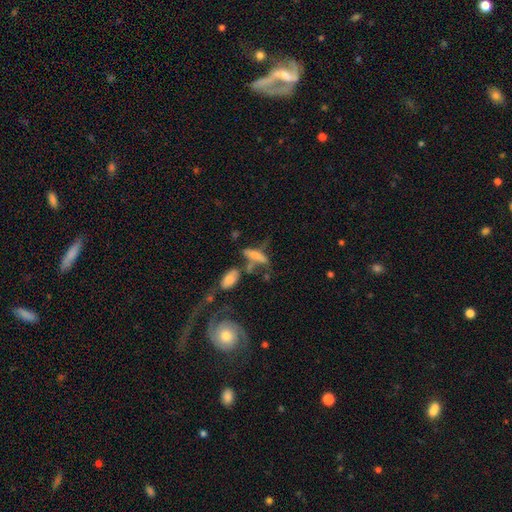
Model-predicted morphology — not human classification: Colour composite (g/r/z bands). It shows a smooth galaxy with no disk features (55%) that is cigar-shaped (54%). Merging: none (34%).